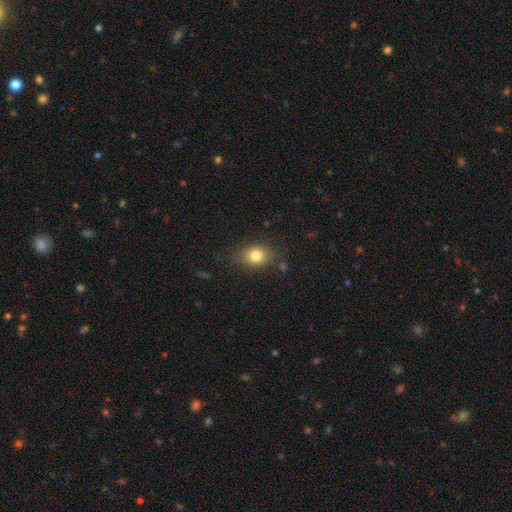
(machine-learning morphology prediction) Smooth or featured?
  - smooth: 80% *
  - star or artifact: 10%
  - featured or disk: 9%
How rounded?
  - in between: 55% *
  - round: 44%
  - cigar-shaped: 1%
Merging?
  - none: 78% *
  - minor disturbance: 16%
  - major disturbance: 4%
  - merger: 2%